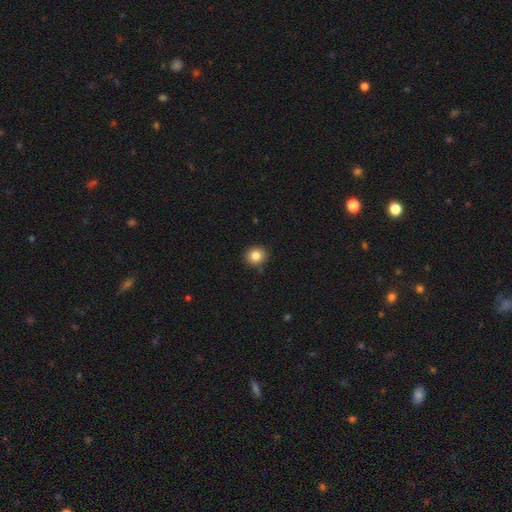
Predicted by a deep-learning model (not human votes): This is clearly a smooth galaxy (84%). How rounded: clearly round (83%). Merging: clearly none (88%).